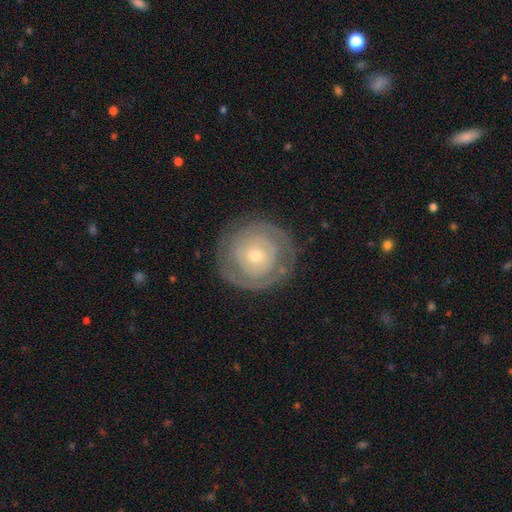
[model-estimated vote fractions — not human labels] smooth_or_featured: featured or disk (p=0.74) [alt: smooth p=0.21]
disk_edge_on: no (p=0.97) [alt: yes p=0.03]
bar: no (p=0.80) [alt: weak p=0.15]
has_spiral_arms: yes (p=0.75) [alt: no p=0.25]
spiral_winding: tight (p=0.81) [alt: medium p=0.14]
spiral_arm_count: 2 (p=0.37) [tied with: can't tell p=0.37]
bulge_size: small (p=0.61) [alt: moderate p=0.35]
merging: none (p=0.82) [alt: minor disturbance p=0.11]